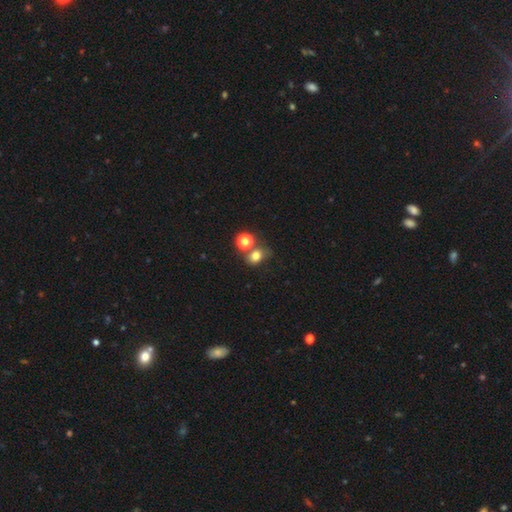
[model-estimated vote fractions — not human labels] This is likely a smooth galaxy (75%). How rounded: possibly round (52%). Merging: possibly none (55%).